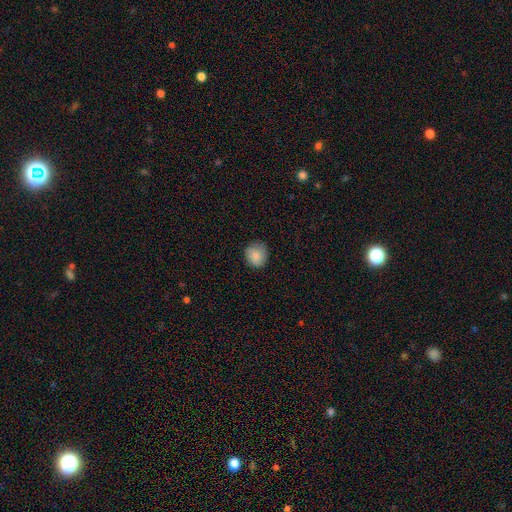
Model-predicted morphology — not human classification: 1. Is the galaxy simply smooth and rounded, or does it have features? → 86% smooth, 7% star or artifact, 7% featured or disk.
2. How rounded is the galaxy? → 84% round, 15% in between, 1% cigar-shaped.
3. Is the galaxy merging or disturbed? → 80% none, 16% minor disturbance, 3% major disturbance, 1% merger.